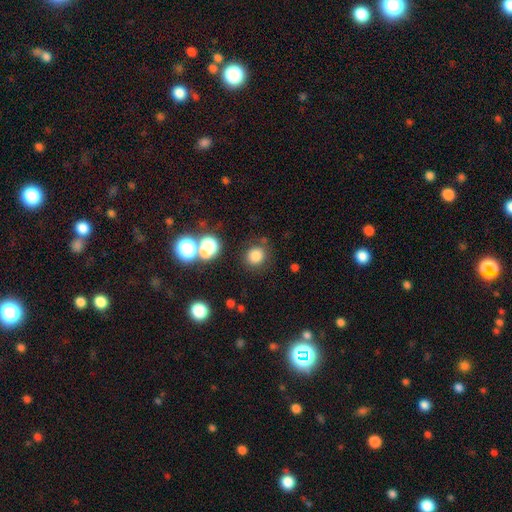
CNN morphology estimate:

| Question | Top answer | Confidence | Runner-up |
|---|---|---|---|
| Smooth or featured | smooth | 79% | star or artifact (15%) |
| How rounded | round | 85% | in between (14%) |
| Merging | none | 78% | minor disturbance (10%) |